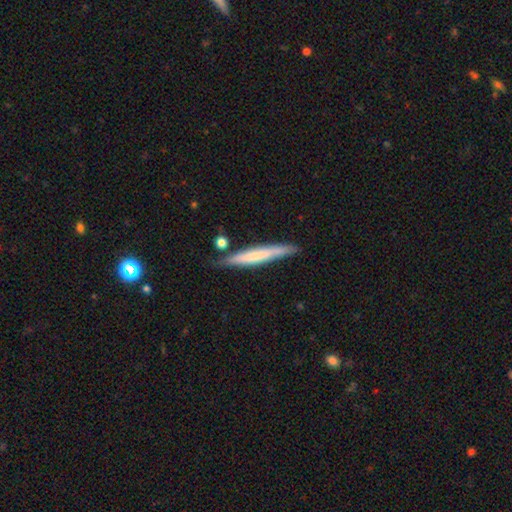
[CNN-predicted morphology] smooth_or_featured: smooth (p=0.57) [alt: featured or disk p=0.38]
how_rounded: cigar-shaped (p=0.95) [alt: in between p=0.04]
merging: none (p=0.78) [alt: minor disturbance p=0.15]